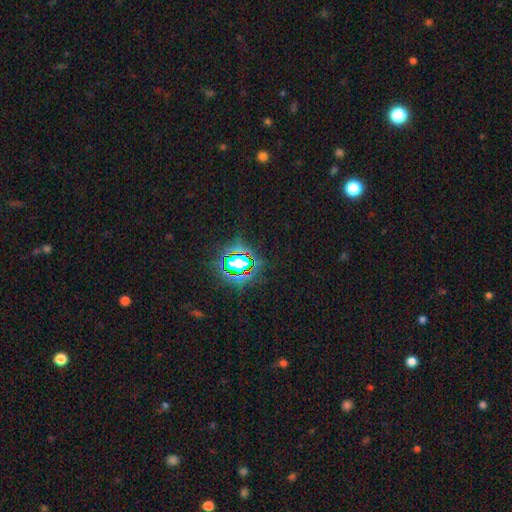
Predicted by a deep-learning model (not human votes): Q: Smooth or featured?
A: star or artifact (81%); runner-up: smooth (12%)